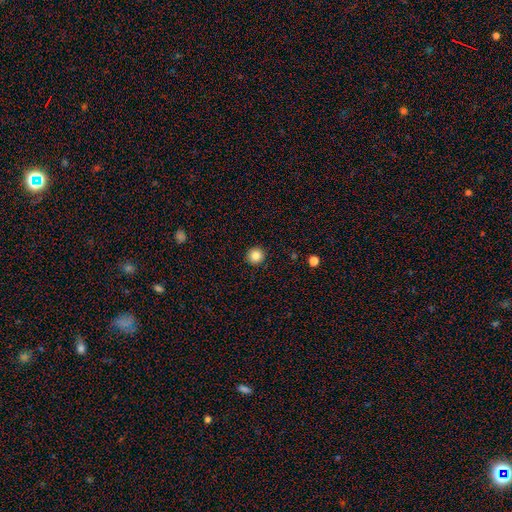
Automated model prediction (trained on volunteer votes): Smooth or featured? smooth (84%)
How rounded? round (95%)
Merging? none (93%)